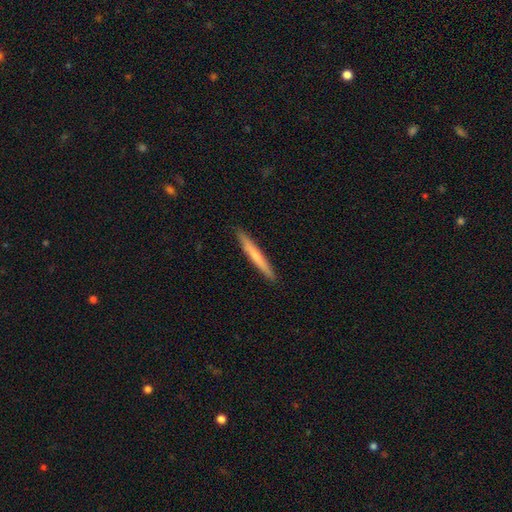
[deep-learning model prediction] This is likely a smooth galaxy (60%). How rounded: clearly cigar-shaped (97%). Merging: clearly none (92%).